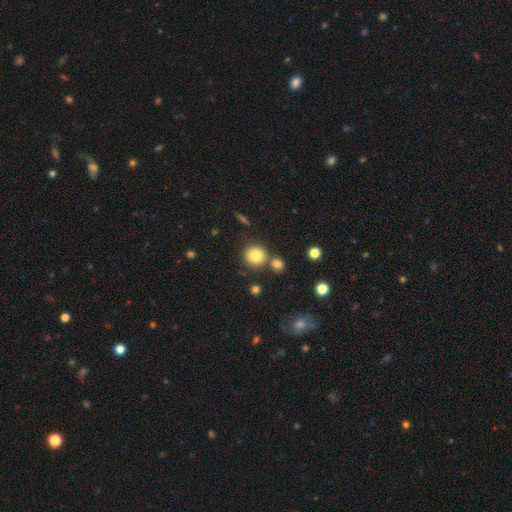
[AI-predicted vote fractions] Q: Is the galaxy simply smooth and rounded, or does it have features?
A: smooth — 80%.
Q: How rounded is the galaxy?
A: round — 91%.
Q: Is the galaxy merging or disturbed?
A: none — 73%.